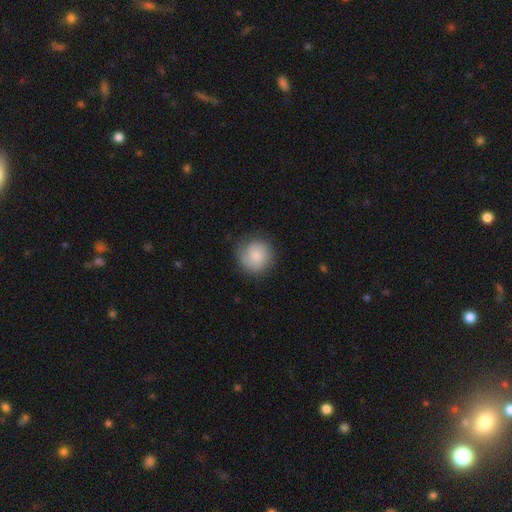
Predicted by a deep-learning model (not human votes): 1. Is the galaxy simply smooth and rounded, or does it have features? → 80% smooth, 13% featured or disk, 7% star or artifact.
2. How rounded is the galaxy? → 93% round, 6% in between, 1% cigar-shaped.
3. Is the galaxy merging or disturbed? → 81% none, 13% minor disturbance, 5% major disturbance, 1% merger.